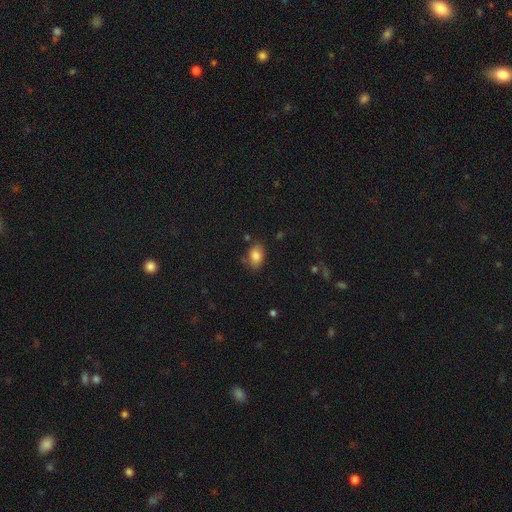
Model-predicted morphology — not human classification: A smooth galaxy with no disk features (83%) that is in between round and cigar-shaped (82%).

Vote fractions:
- Smooth or featured? smooth: 83% / star or artifact: 9% / featured or disk: 8%
- How rounded? in between: 82% / round: 17% / cigar-shaped: 1%
- Merging? none: 78% / minor disturbance: 16% / major disturbance: 3% / merger: 3%